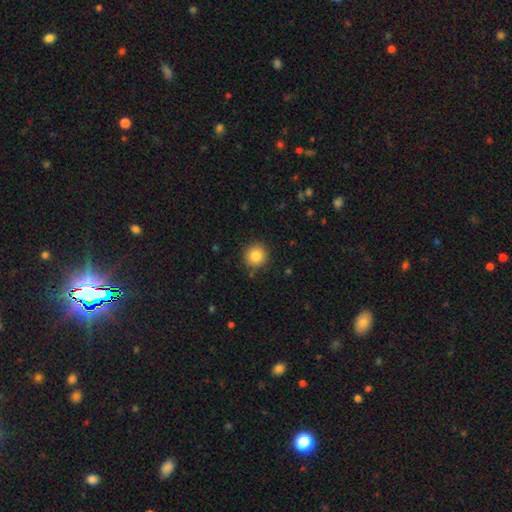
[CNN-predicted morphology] Overall: smooth (85%). How rounded: round (94%). Merging: none (89%).